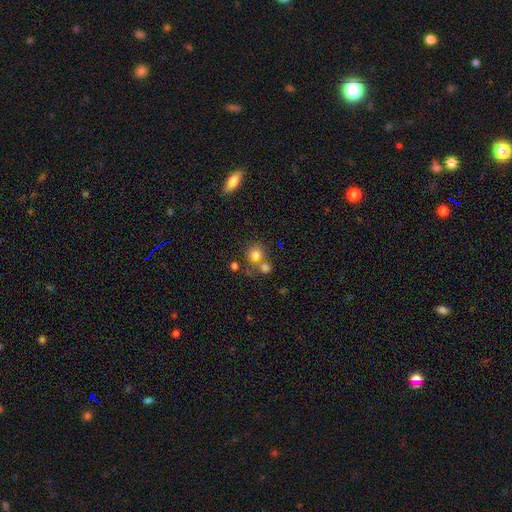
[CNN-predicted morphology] smooth 76%, star or artifact 13%, featured or disk 11%. Down the decision tree: how rounded — round (82%); merging — none (53%).